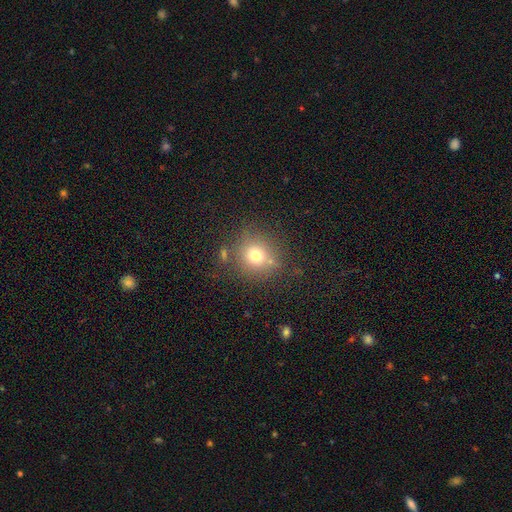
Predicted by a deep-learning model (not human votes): A smooth galaxy with no disk features (70%) that is round (91%). Merging: none (76%).